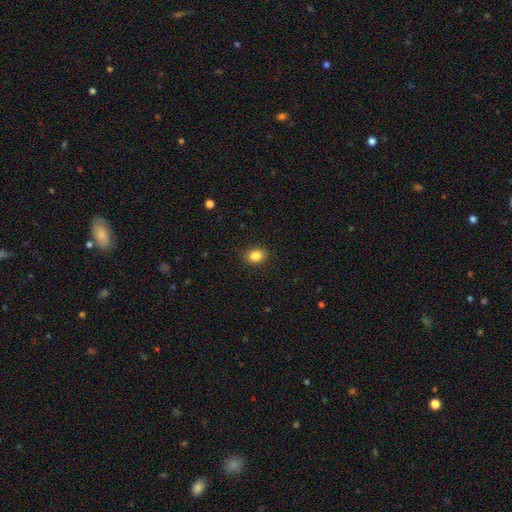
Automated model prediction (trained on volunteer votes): Smooth or featured? Predicted: smooth (p=0.84). How rounded? Predicted: in between (p=0.57). Merging? Predicted: none (p=0.88).